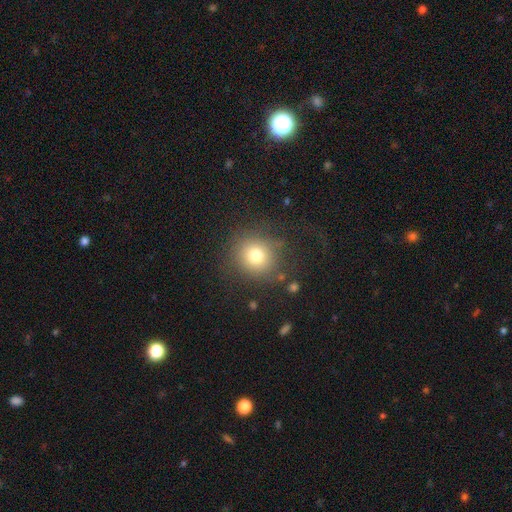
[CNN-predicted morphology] This is likely a smooth galaxy (76%). How rounded: clearly round (87%). Merging: clearly none (80%).